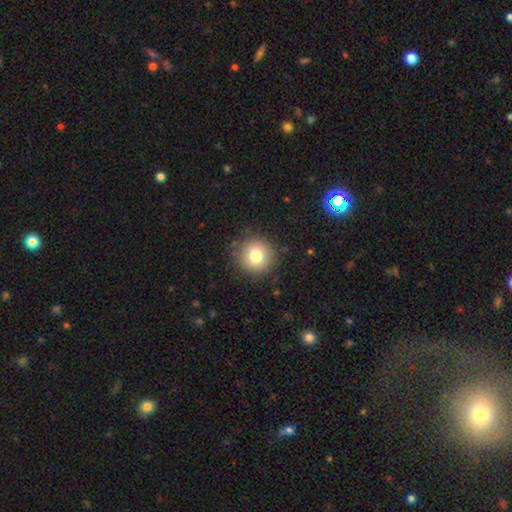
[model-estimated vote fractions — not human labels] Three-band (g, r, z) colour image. It shows a smooth galaxy with no disk features (78%) that is round (93%). Merging: none (87%).